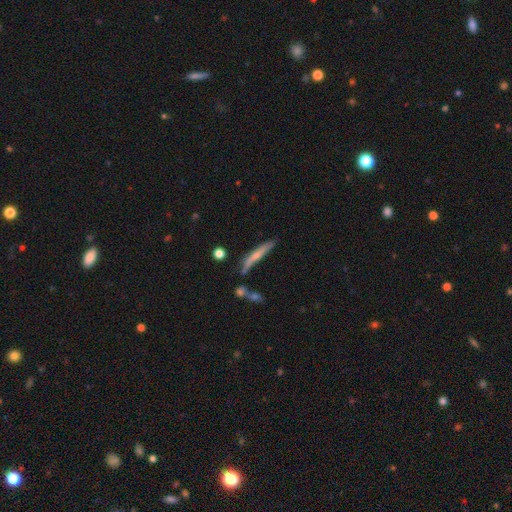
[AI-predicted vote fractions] This appears to be a smooth galaxy with no disk features (47%). Merging: none (60%).